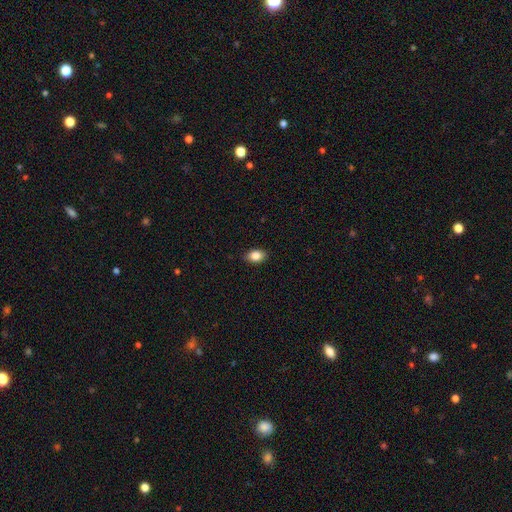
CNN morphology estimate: Q: Smooth or featured?
A: smooth (86%); runner-up: star or artifact (8%)
Q: How rounded?
A: in between (85%); runner-up: round (13%)
Q: Merging?
A: none (88%); runner-up: minor disturbance (9%)